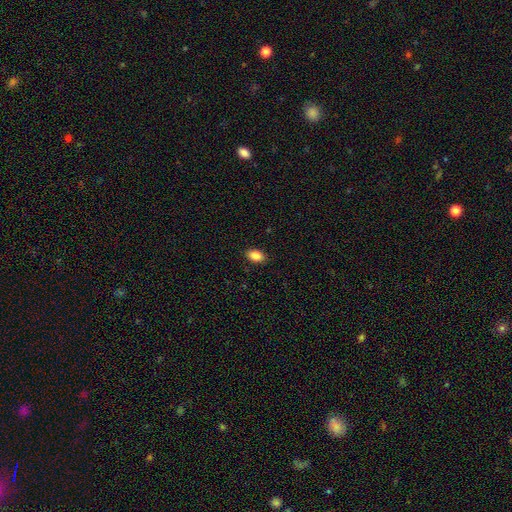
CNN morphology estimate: Smooth or featured? smooth (87%)
How rounded? in between (88%)
Merging? none (89%)